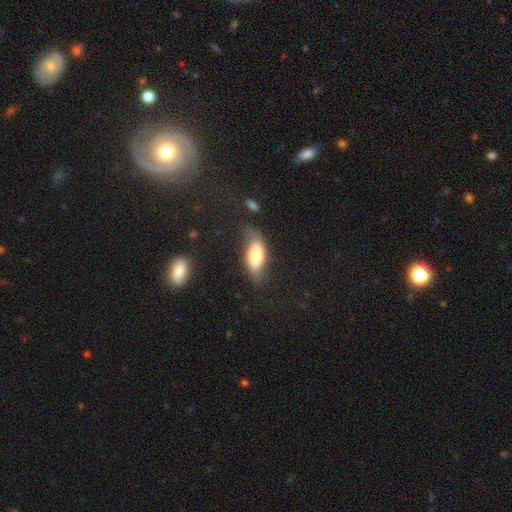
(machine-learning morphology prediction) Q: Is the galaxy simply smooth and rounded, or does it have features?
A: smooth — 68%.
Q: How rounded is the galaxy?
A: in between — 83%.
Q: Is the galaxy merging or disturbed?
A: none — 54%.